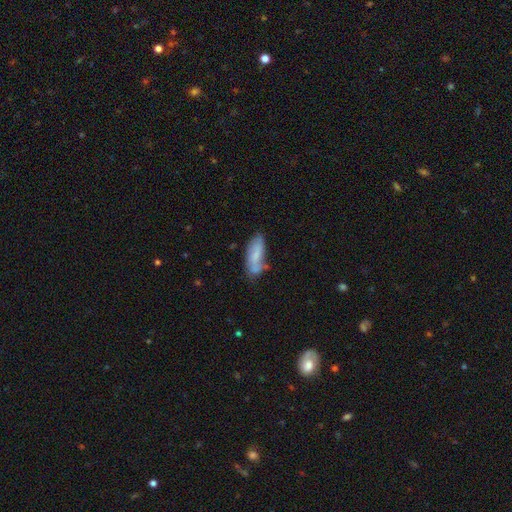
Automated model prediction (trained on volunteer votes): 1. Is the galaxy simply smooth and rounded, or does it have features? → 65% smooth, 27% featured or disk, 7% star or artifact.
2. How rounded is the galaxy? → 68% in between, 30% cigar-shaped, 2% round.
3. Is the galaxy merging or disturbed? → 49% none, 29% minor disturbance, 13% merger, 9% major disturbance.